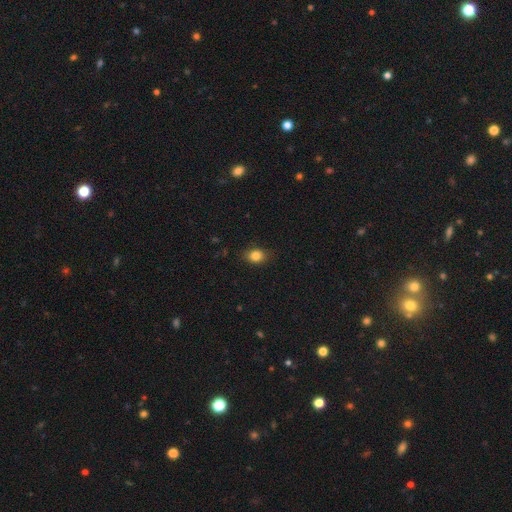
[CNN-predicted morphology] Smooth or featured? Predicted: smooth (p=0.83). How rounded? Predicted: in between (p=0.59). Merging? Predicted: none (p=0.84).